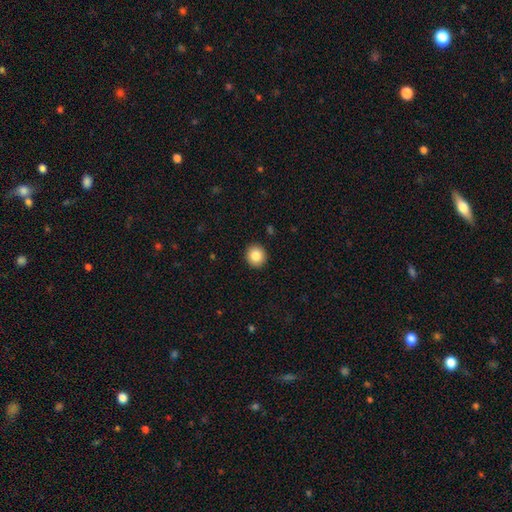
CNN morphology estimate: A smooth galaxy with no disk features (84%) that is round (89%). Merging: none (92%).